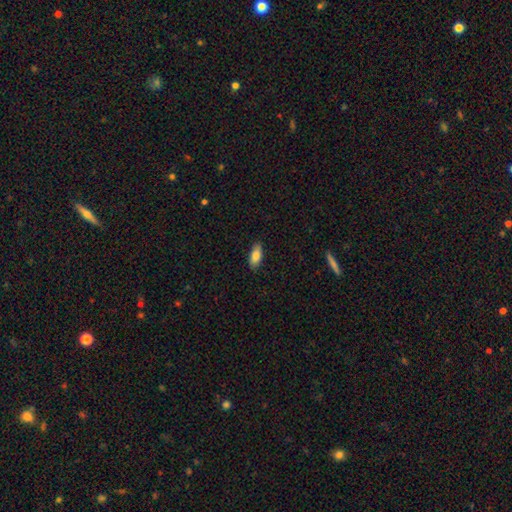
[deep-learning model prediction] A smooth galaxy with no disk features (84%) that is in between round and cigar-shaped (83%). Merging: none (87%).